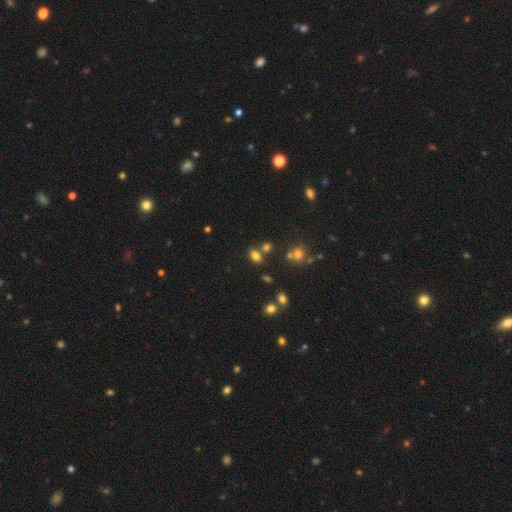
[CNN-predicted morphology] Smooth or featured: smooth — 74% (star or artifact — 18%)
How rounded: in between — 77% (round — 21%)
Merging: none — 62% (merger — 21%)